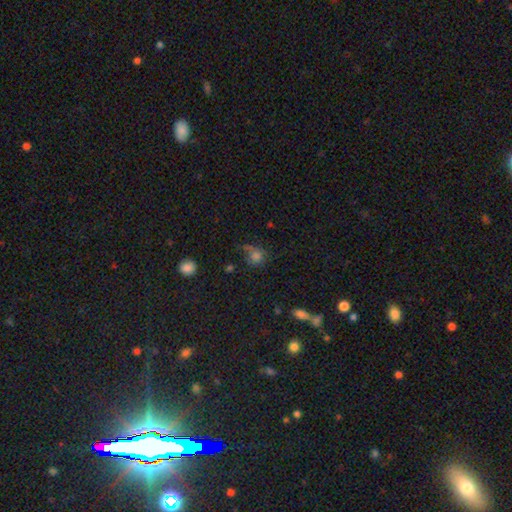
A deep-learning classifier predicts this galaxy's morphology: This is likely a smooth galaxy (73%). How rounded: clearly round (84%). Merging: possibly none (56%).